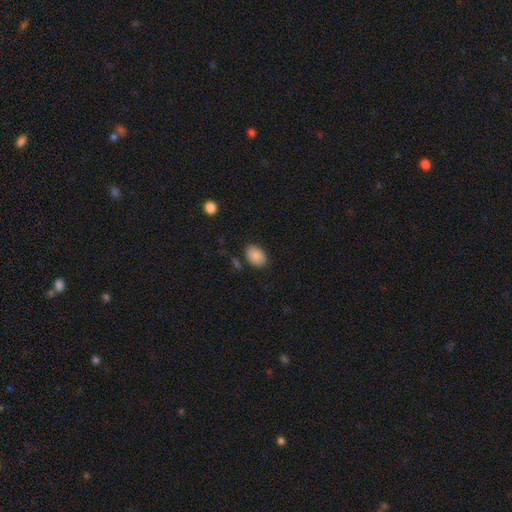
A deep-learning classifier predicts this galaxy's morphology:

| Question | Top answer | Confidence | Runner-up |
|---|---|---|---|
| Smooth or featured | smooth | 87% | star or artifact (7%) |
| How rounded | in between | 87% | round (12%) |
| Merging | none | 83% | minor disturbance (11%) |